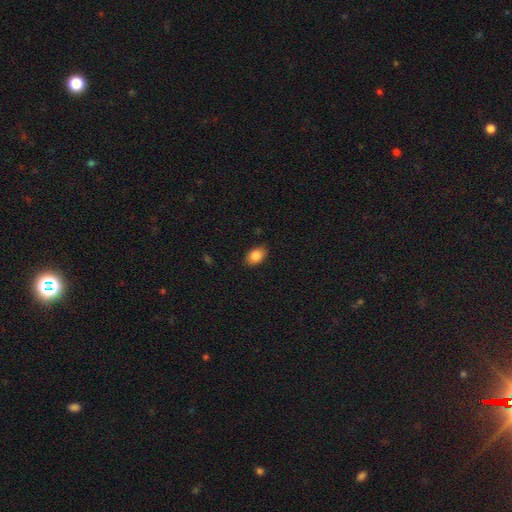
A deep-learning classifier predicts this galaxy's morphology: Smooth or featured?
  - smooth: 85% *
  - star or artifact: 8%
  - featured or disk: 7%
How rounded?
  - in between: 84% *
  - round: 15%
  - cigar-shaped: 1%
Merging?
  - none: 87% *
  - minor disturbance: 10%
  - major disturbance: 2%
  - merger: 1%